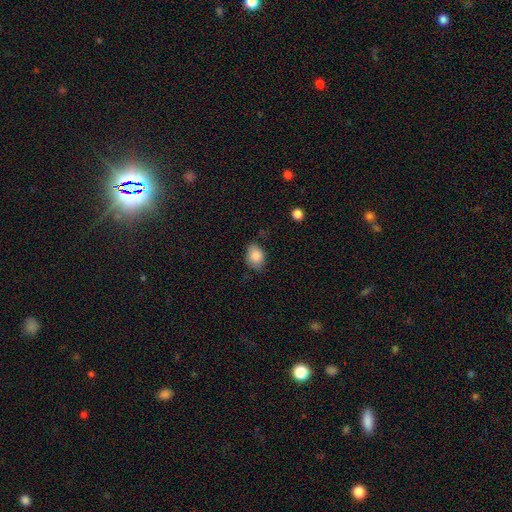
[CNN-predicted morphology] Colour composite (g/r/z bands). It shows a smooth galaxy with no disk features (86%) that is in between round and cigar-shaped (64%). Merging: none (67%).